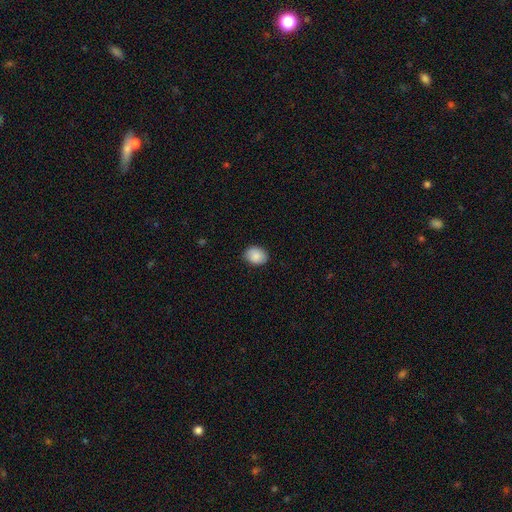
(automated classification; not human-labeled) A smooth galaxy with no disk features (88%) that is in between round and cigar-shaped (62%).

Vote fractions:
- Smooth or featured? smooth: 88% / star or artifact: 7% / featured or disk: 5%
- How rounded? in between: 62% / round: 37% / cigar-shaped: 1%
- Merging? none: 87% / minor disturbance: 10% / major disturbance: 2% / merger: 1%